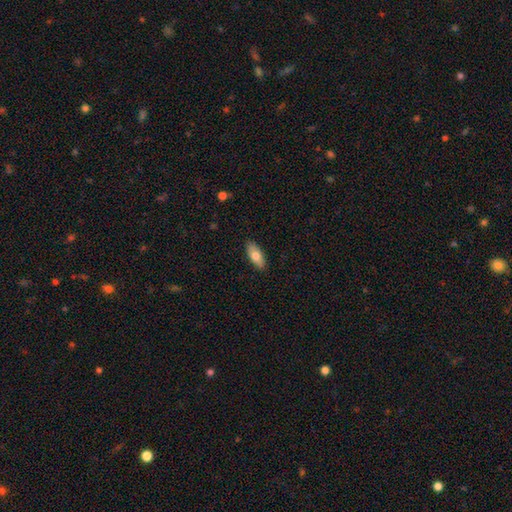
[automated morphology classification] Smooth or featured?
  - smooth: 74% *
  - featured or disk: 20%
  - star or artifact: 6%
How rounded?
  - in between: 79% *
  - cigar-shaped: 18%
  - round: 2%
Merging?
  - none: 89% *
  - minor disturbance: 8%
  - major disturbance: 2%
  - merger: 1%